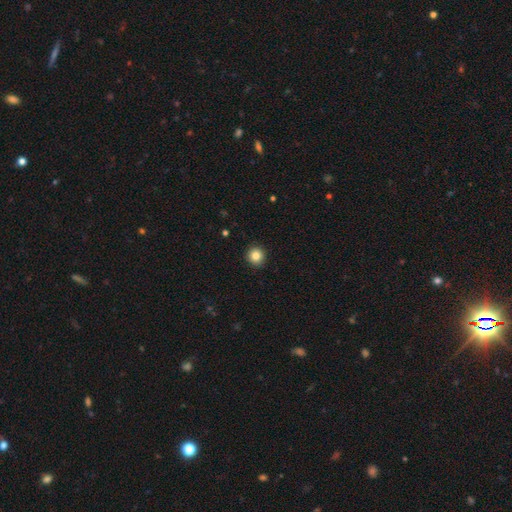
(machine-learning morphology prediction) smooth_or_featured: smooth (p=0.83) [alt: star or artifact p=0.11]
how_rounded: round (p=0.94) [alt: in between p=0.05]
merging: none (p=0.93) [alt: minor disturbance p=0.05]